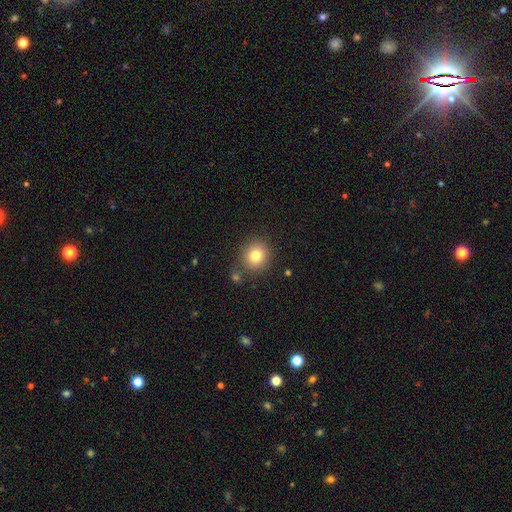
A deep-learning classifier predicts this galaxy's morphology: This appears to be a smooth galaxy with no disk features (79%) that is round (88%). Merging: none (82%).